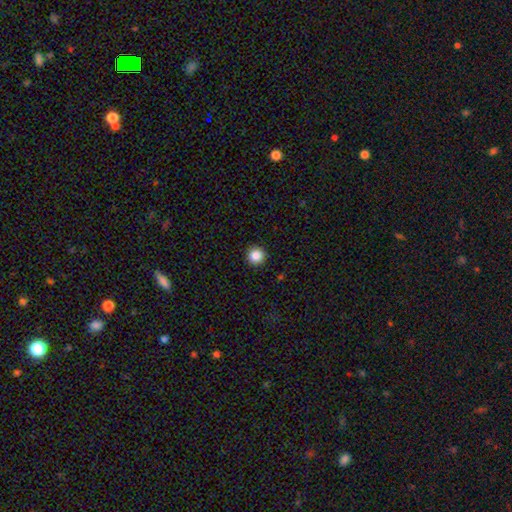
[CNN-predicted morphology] type=smooth (85%); roundness=round (96%); merging=none (93%).